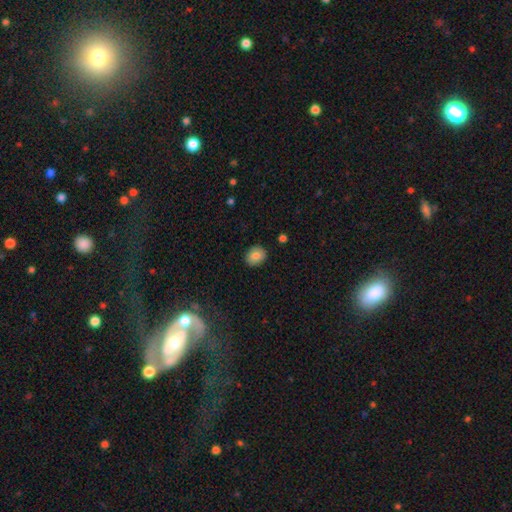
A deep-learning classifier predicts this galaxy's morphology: smooth-or-featured: smooth: 80% | featured or disk: 11% | star or artifact: 9%
  how-rounded: round: 61% | in between: 38% | cigar-shaped: 1%
  merging: none: 88% | minor disturbance: 9% | major disturbance: 2% | merger: 1%